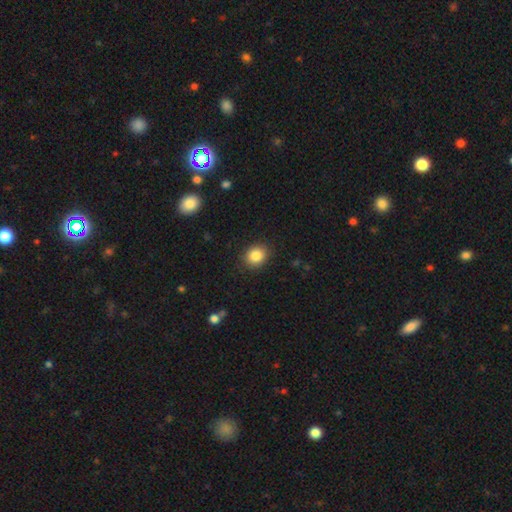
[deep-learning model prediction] Q: Smooth or featured?
A: smooth (85%); runner-up: star or artifact (9%)
Q: How rounded?
A: round (66%); runner-up: in between (34%)
Q: Merging?
A: none (88%); runner-up: minor disturbance (8%)